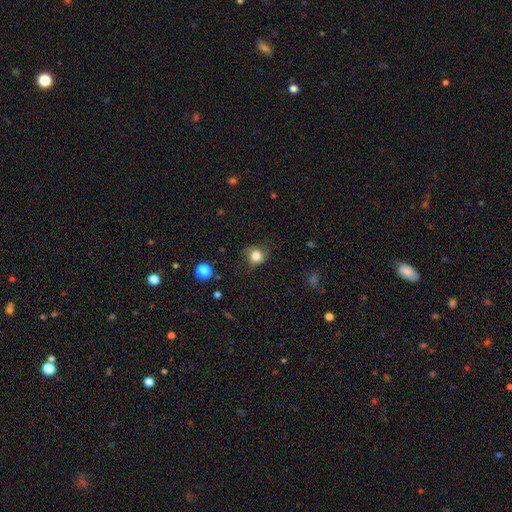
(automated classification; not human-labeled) This appears to be a smooth galaxy with no disk features (75%) that is round (73%). Merging: none (60%).